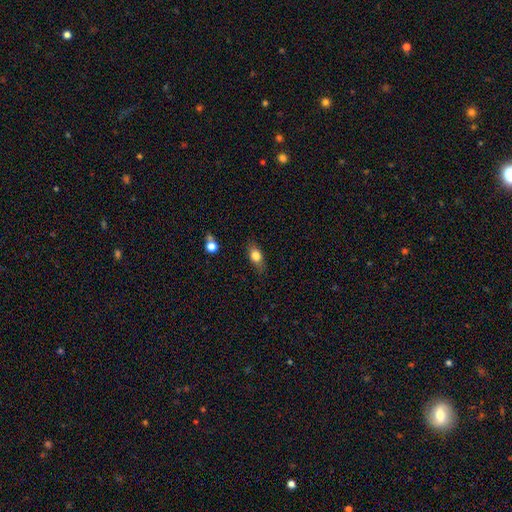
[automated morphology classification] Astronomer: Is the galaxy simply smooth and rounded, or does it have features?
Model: smooth — 76%.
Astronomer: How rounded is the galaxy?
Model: in between — 74%.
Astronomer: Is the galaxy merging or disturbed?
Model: none — 79%.